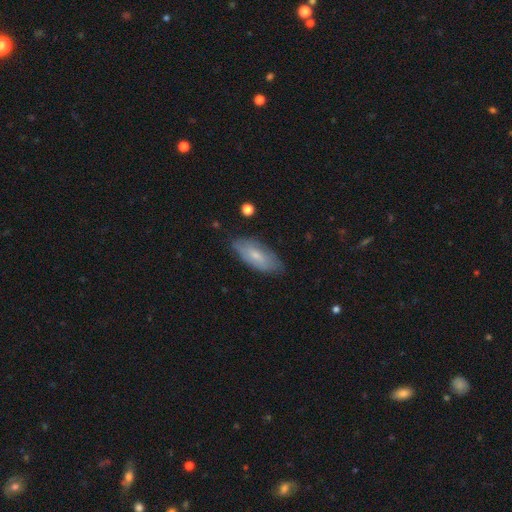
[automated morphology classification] type=smooth (63%); roundness=in between (83%); merging=none (75%).